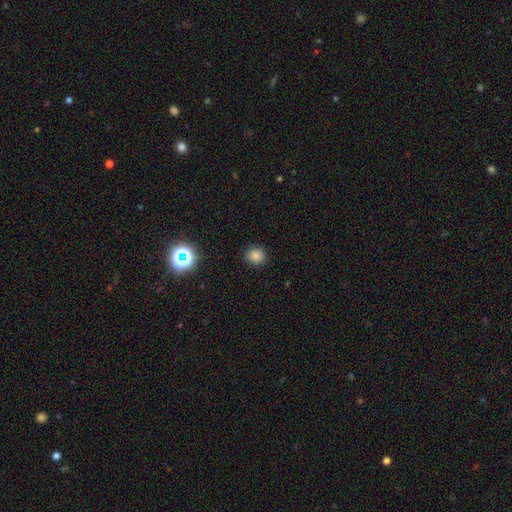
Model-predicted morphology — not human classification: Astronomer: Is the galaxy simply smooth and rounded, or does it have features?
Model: smooth — 82%.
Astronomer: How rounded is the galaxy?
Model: round — 86%.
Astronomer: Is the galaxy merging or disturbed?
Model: none — 88%.